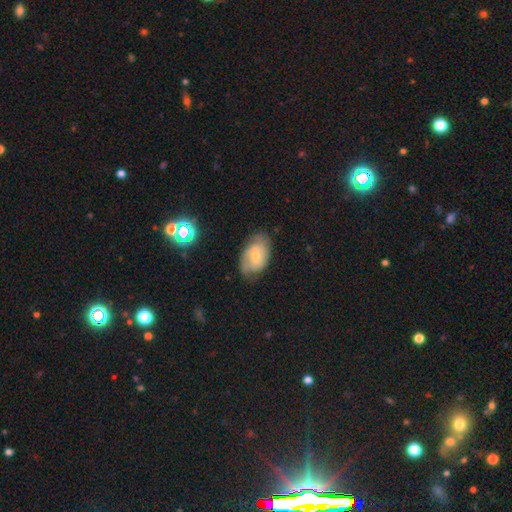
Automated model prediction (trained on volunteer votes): Overall: featured or disk (47%; smooth 44%). Merging: none (63%; minor disturbance 27%).